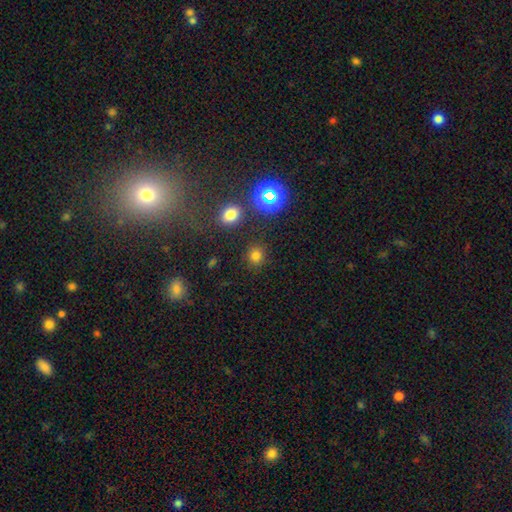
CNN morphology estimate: smooth_or_featured: smooth (p=0.72) [alt: star or artifact p=0.22]
how_rounded: round (p=0.84) [alt: in between p=0.15]
merging: none (p=0.86) [alt: minor disturbance p=0.07]